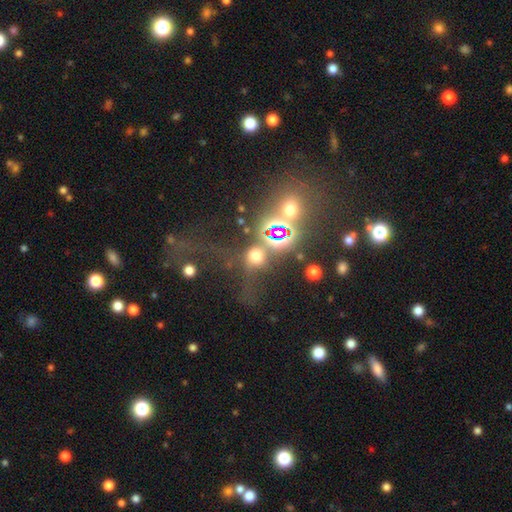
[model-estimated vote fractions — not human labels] A smooth galaxy with no disk features (51%) that is round (80%).

Vote fractions:
- Smooth or featured? smooth: 51% / star or artifact: 36% / featured or disk: 13%
- How rounded? round: 80% / in between: 18% / cigar-shaped: 2%
- Merging? none: 47% / major disturbance: 20% / merger: 20% / minor disturbance: 13%